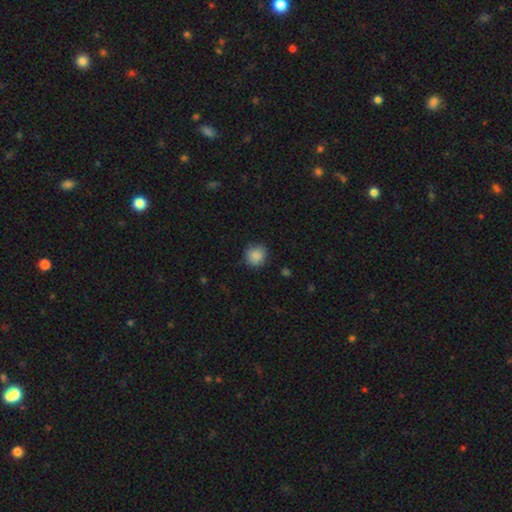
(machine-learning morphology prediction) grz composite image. It shows a smooth galaxy with no disk features (88%) that is round (87%). Merging: none (84%).